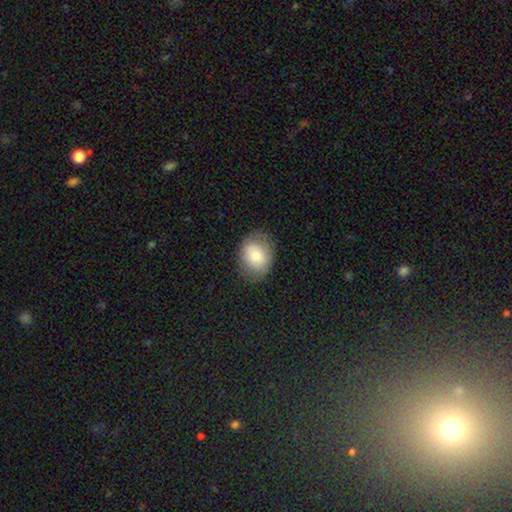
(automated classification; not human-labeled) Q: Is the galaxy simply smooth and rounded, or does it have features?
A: smooth — 75%.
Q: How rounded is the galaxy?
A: in between — 56%.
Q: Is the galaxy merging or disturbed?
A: none — 78%.